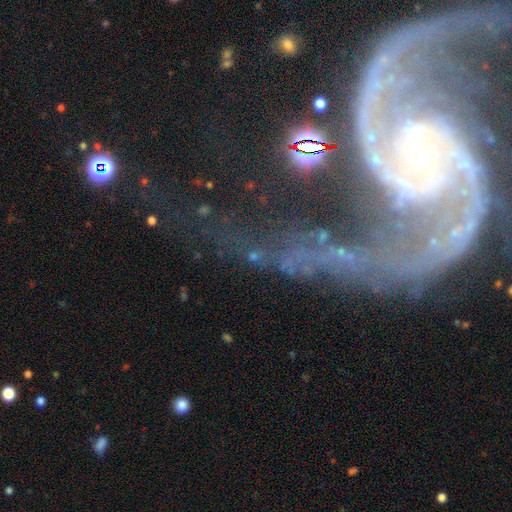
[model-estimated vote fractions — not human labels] Smooth or featured?
  - star or artifact: 46% *
  - featured or disk: 36%
  - smooth: 18%